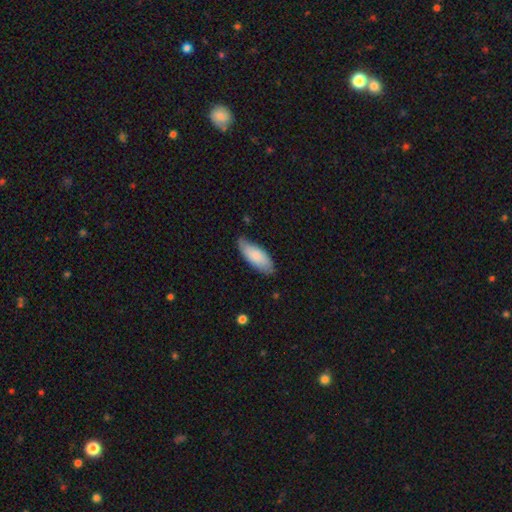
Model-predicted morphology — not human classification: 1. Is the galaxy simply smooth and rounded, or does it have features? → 80% smooth, 14% featured or disk, 5% star or artifact.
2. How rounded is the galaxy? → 78% in between, 21% cigar-shaped, 2% round.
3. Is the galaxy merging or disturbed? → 73% none, 22% minor disturbance, 3% major disturbance, 2% merger.